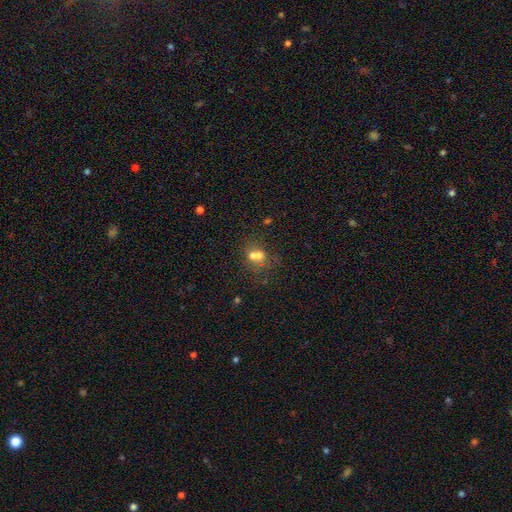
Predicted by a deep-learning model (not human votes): Smooth or featured? Predicted: smooth (p=0.63). How rounded? Predicted: round (p=0.66). Merging? Predicted: merger (p=0.59).